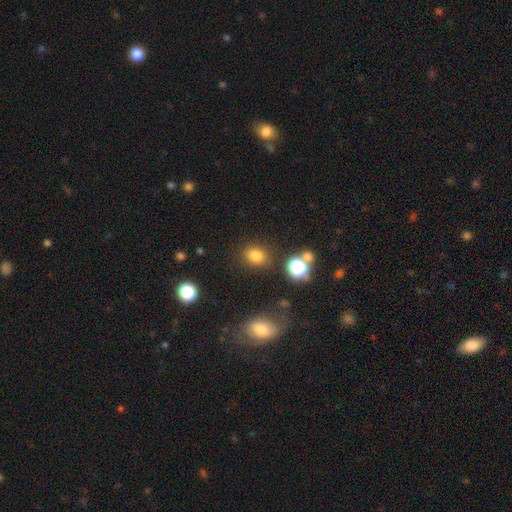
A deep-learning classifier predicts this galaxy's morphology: type=smooth (77%); roundness=round (59%); merging=none (82%).